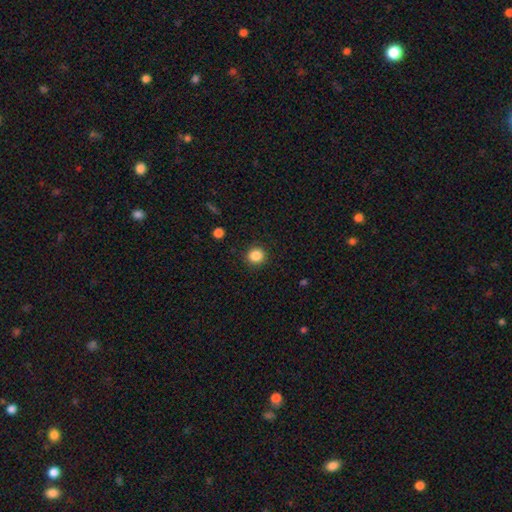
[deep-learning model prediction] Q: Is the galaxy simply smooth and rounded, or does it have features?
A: smooth — 86%.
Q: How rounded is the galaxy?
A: round — 89%.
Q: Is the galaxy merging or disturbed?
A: none — 91%.